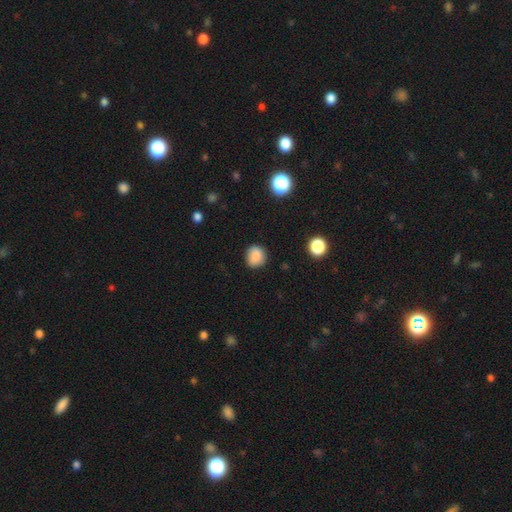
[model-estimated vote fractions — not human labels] Smooth or featured? smooth (86%)
How rounded? round (81%)
Merging? none (84%)